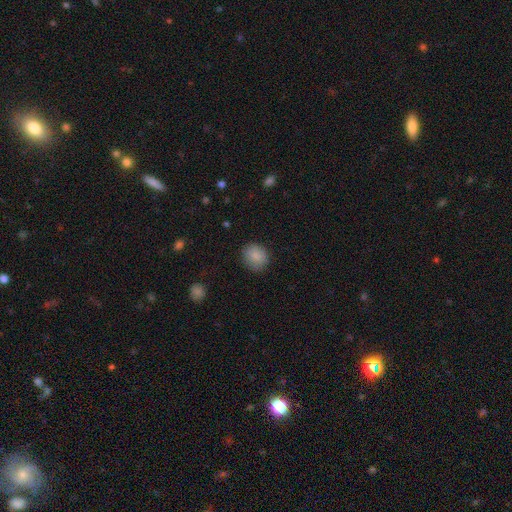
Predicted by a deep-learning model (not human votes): The model was most divided on "how rounded": round: 76%, in between: 23%, cigar-shaped: 1%. More confident: smooth or featured — smooth (86%); merging — none (83%).